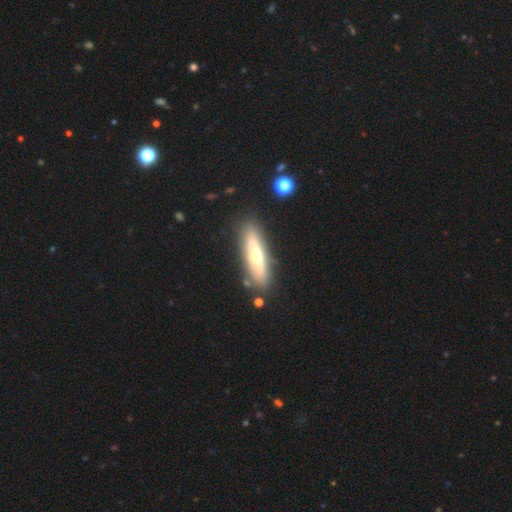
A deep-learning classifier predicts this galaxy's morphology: This appears to be a featured or disk galaxy (48%). Merging: none (82%).